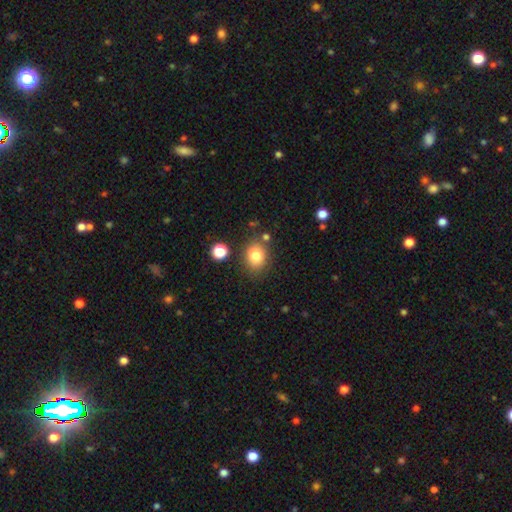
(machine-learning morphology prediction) This is clearly a smooth galaxy (80%). How rounded: possibly round (52%). Merging: likely none (78%).